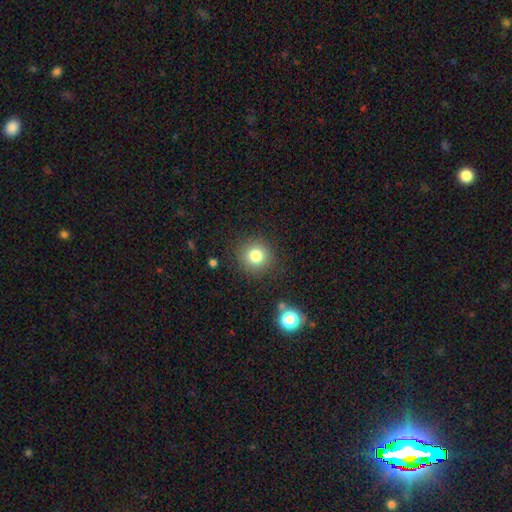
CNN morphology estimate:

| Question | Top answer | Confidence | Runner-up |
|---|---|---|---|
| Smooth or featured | smooth | 79% | star or artifact (13%) |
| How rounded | round | 93% | in between (6%) |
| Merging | none | 88% | minor disturbance (7%) |